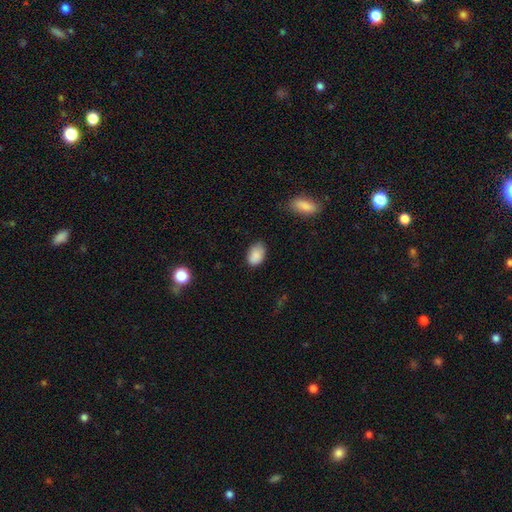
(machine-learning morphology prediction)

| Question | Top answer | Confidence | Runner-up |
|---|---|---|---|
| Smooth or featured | smooth | 87% | star or artifact (8%) |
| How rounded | in between | 86% | round (13%) |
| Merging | none | 71% | minor disturbance (24%) |